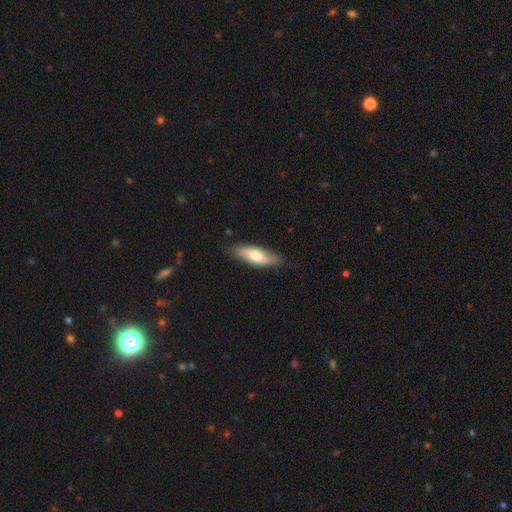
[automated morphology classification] Q: Smooth or featured?
A: smooth (67%); runner-up: featured or disk (27%)
Q: How rounded?
A: in between (55%); runner-up: cigar-shaped (42%)
Q: Merging?
A: none (80%); runner-up: minor disturbance (16%)